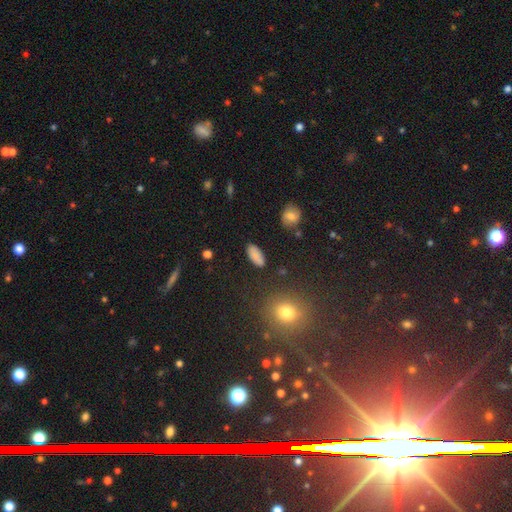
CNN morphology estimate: This is clearly a smooth galaxy (84%). How rounded: clearly in between (86%). Merging: clearly none (85%).